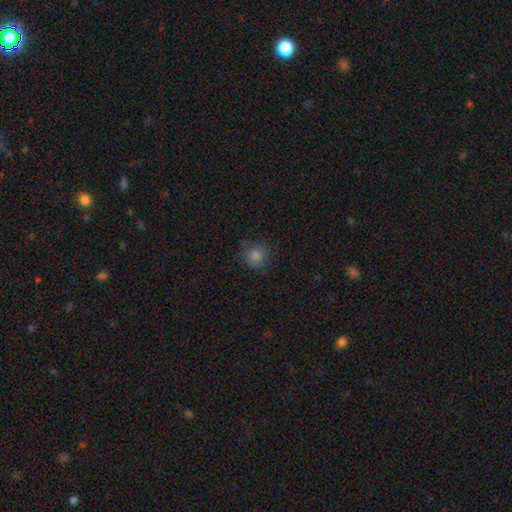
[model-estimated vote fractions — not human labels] A smooth galaxy with no disk features (79%) that is round (92%).

Vote fractions:
- Smooth or featured? smooth: 79% / star or artifact: 16% / featured or disk: 6%
- How rounded? round: 92% / in between: 7% / cigar-shaped: 1%
- Merging? none: 84% / minor disturbance: 12% / major disturbance: 3% / merger: 1%